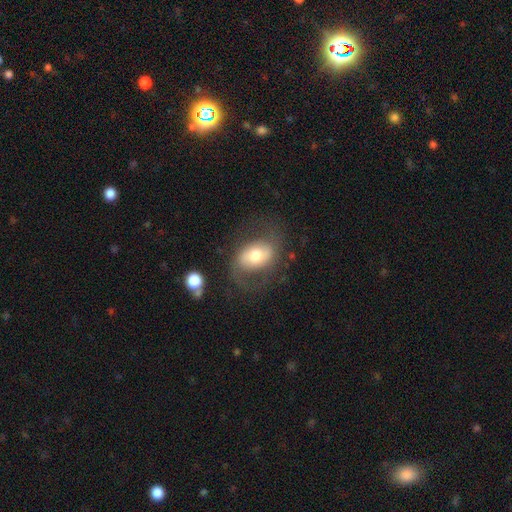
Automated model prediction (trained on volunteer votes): Morphology: type=featured or disk (51%); edge-on=no (94%); merging=none (63%).